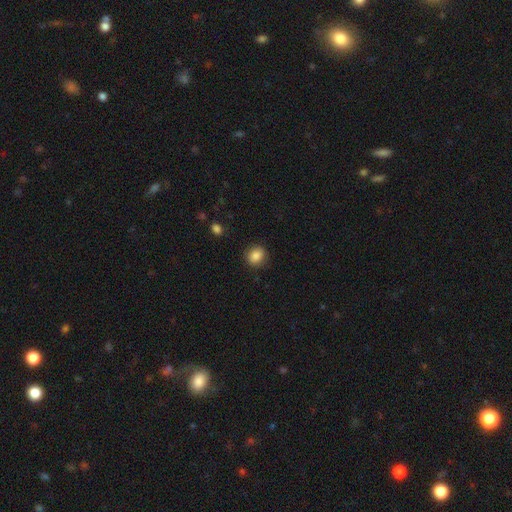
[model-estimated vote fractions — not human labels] Smooth or featured? Predicted: smooth (p=0.86). How rounded? Predicted: round (p=0.68). Merging? Predicted: none (p=0.87).